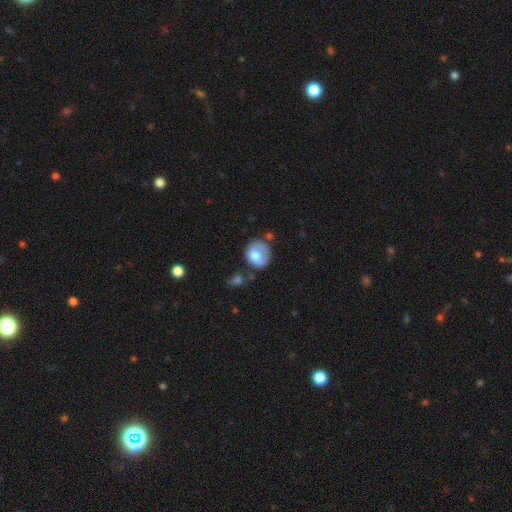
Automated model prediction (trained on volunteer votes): Smooth or featured: smooth — 68% (featured or disk — 24%)
How rounded: round — 67% (in between — 32%)
Merging: none — 47% (minor disturbance — 28%)